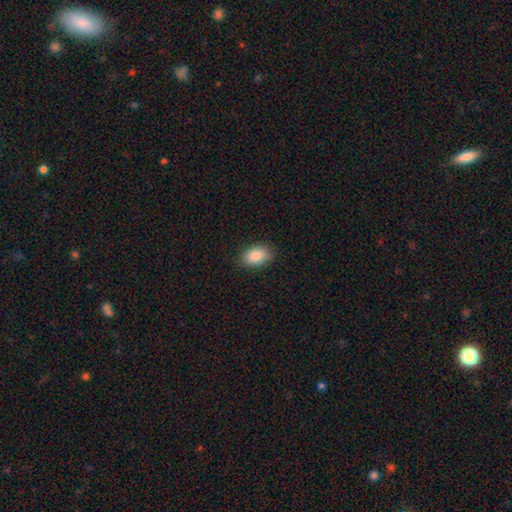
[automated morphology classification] smooth-or-featured: smooth: 87% | star or artifact: 7% | featured or disk: 6%
  how-rounded: in between: 90% | round: 9% | cigar-shaped: 1%
  merging: none: 86% | minor disturbance: 11% | major disturbance: 2% | merger: 1%